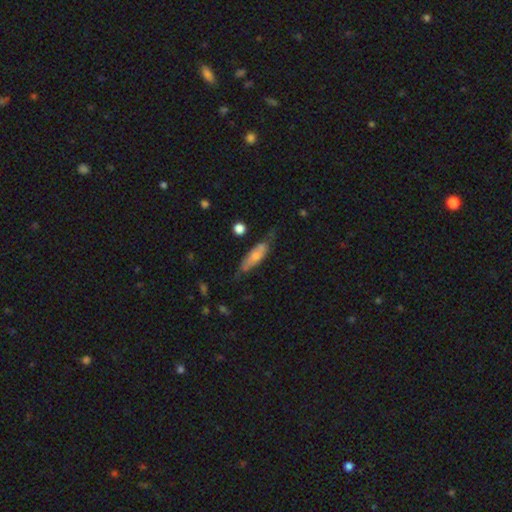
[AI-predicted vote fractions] Smooth or featured? Predicted: smooth (p=0.57). How rounded? Predicted: in between (p=0.49). Merging? Predicted: none (p=0.50).